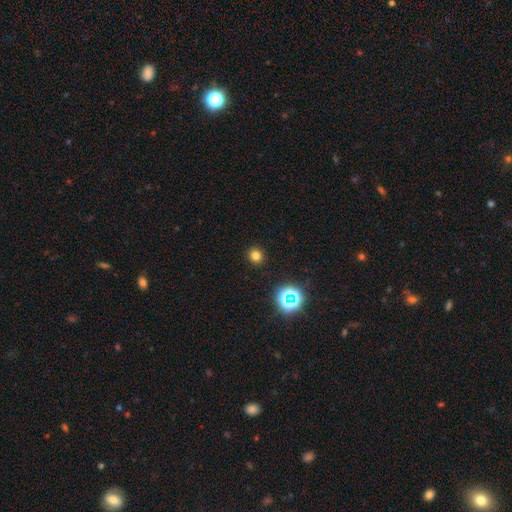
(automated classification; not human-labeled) A smooth galaxy with no disk features (75%) that is round (92%).

Vote fractions:
- Smooth or featured? smooth: 75% / star or artifact: 20% / featured or disk: 5%
- How rounded? round: 92% / in between: 7% / cigar-shaped: 1%
- Merging? none: 92% / minor disturbance: 5% / major disturbance: 2% / merger: 1%